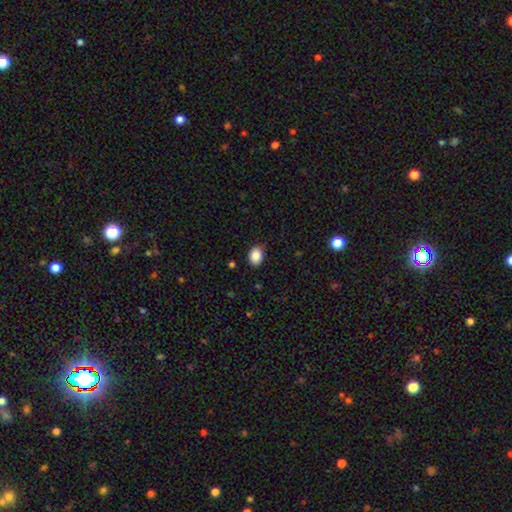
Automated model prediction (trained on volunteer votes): Smooth or featured? smooth (88%)
How rounded? in between (71%)
Merging? none (85%)